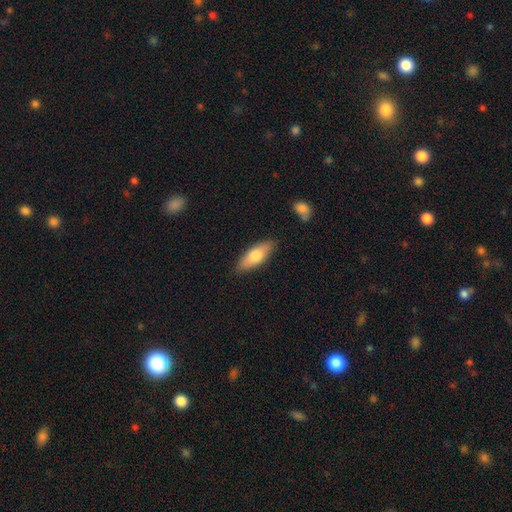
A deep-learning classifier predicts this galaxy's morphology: smooth_or_featured: smooth (p=0.71) [alt: featured or disk p=0.24]
how_rounded: in between (p=0.68) [alt: cigar-shaped p=0.30]
merging: none (p=0.85) [alt: minor disturbance p=0.11]